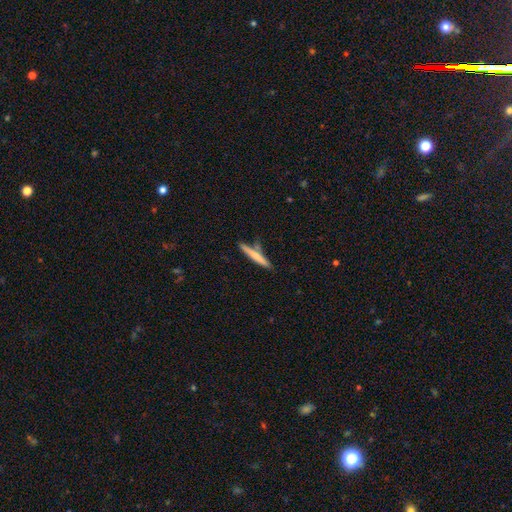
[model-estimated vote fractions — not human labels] Overall: smooth (65%; featured or disk 29%). How rounded: cigar-shaped (94%). Merging: none (75%).